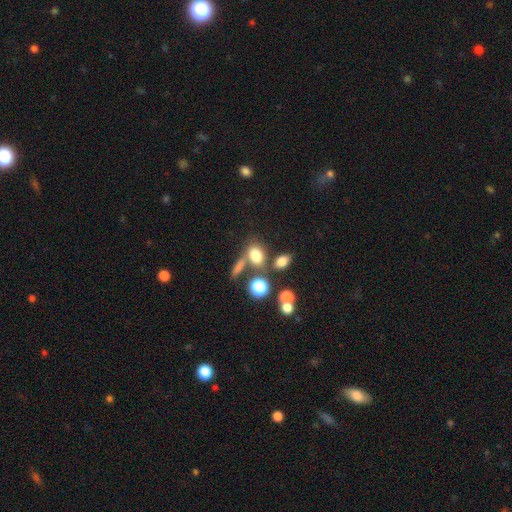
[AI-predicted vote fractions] Morphology: type=smooth (76%); roundness=in between (73%); merging=none (50%).